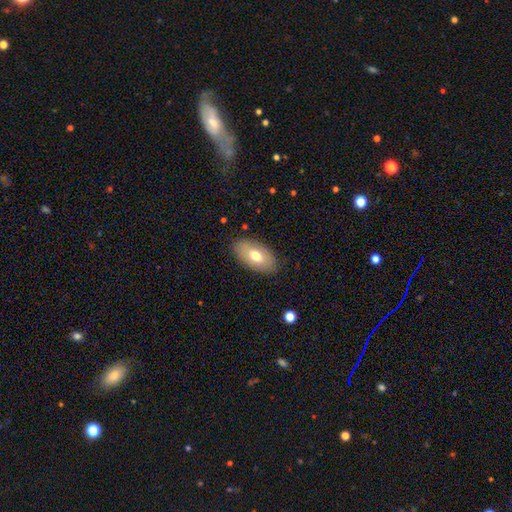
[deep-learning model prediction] A smooth galaxy with no disk features (71%) that is in between round and cigar-shaped (93%). Merging: none (85%).